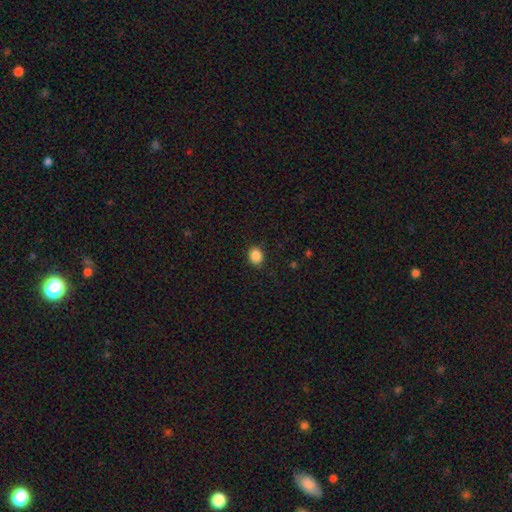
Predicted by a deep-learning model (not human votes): Smooth or featured? Predicted: smooth (p=0.87). How rounded? Predicted: round (p=0.68). Merging? Predicted: none (p=0.87).